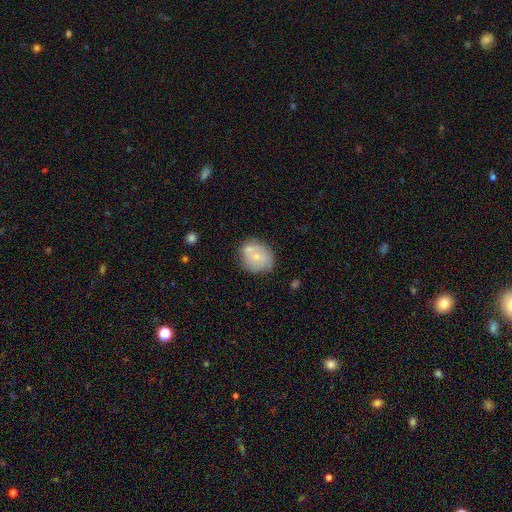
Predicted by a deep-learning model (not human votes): smooth_or_featured: smooth (p=0.62) [alt: featured or disk p=0.30]
how_rounded: round (p=0.70) [alt: in between p=0.29]
merging: none (p=0.55) [alt: merger p=0.20]